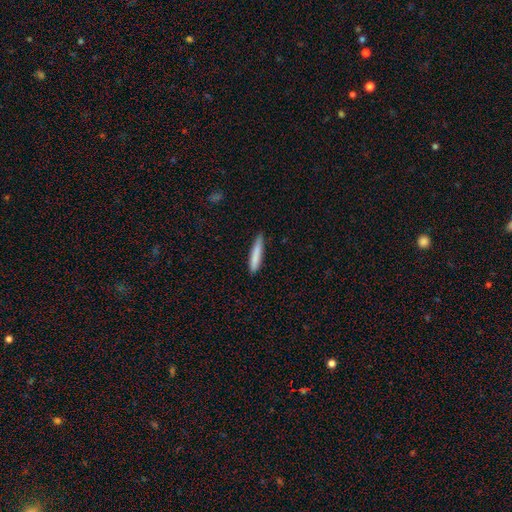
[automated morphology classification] Q: Smooth or featured?
A: smooth (81%); runner-up: featured or disk (13%)
Q: How rounded?
A: cigar-shaped (91%); runner-up: in between (7%)
Q: Merging?
A: none (83%); runner-up: minor disturbance (14%)